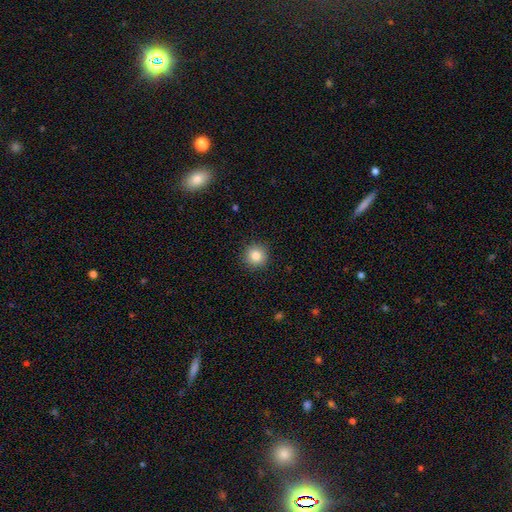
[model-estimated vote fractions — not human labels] smooth 84%, star or artifact 10%, featured or disk 6%. Down the decision tree: how rounded — round (94%); merging — none (91%).